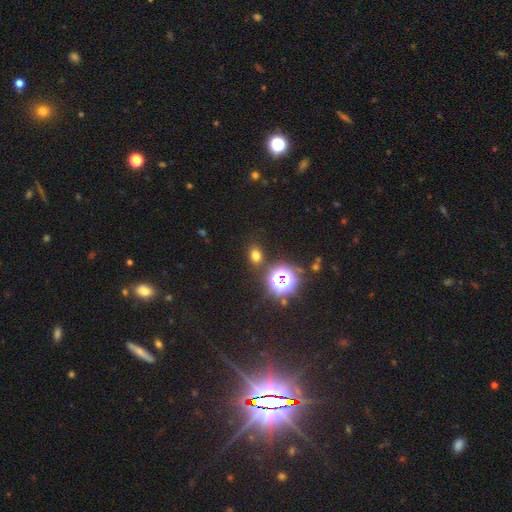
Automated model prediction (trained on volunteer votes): Smooth or featured?
  - smooth: 64% *
  - star or artifact: 29%
  - featured or disk: 7%
How rounded?
  - in between: 54% *
  - round: 45%
  - cigar-shaped: 1%
Merging?
  - none: 84% *
  - minor disturbance: 9%
  - merger: 4%
  - major disturbance: 3%